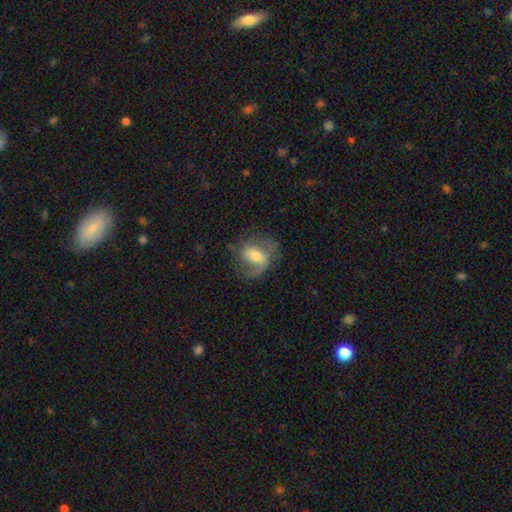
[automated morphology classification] The model was most divided on "bar": weak: 46%, no: 32%, strong: 23%. More confident: edge-on disk — no (96%); spiral arms — yes (81%); smooth or featured — featured or disk (59%); bulge size — moderate (57%); merging — none (53%).